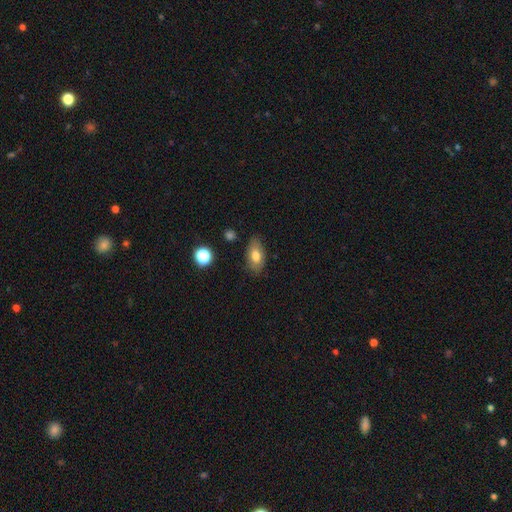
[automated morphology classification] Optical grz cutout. It shows a smooth galaxy with no disk features (74%) that is in between round and cigar-shaped (89%). Merging: none (78%).